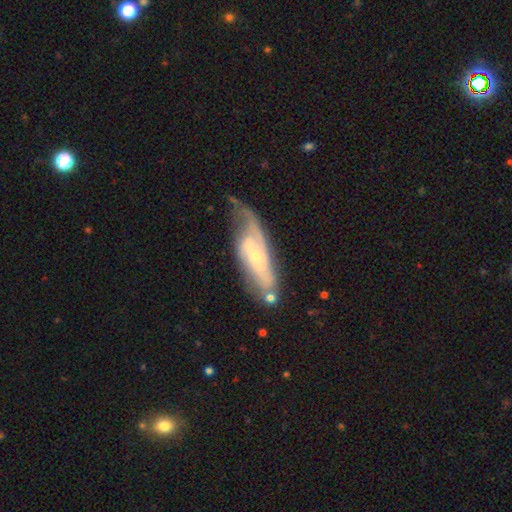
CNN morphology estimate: smooth-or-featured: featured or disk: 77% | smooth: 18% | star or artifact: 6%
  disk-edge-on: no: 85% | yes: 15%
    bar: no: 58% | weak: 32% | strong: 10%
    has-spiral-arms: yes: 90% | no: 10%
      spiral-winding: medium: 42% | tight: 39% | loose: 20%
      spiral-arm-count: 2: 46% | can't tell: 28% | 1: 15% | 3: 7% | 4: 2% | more than 4: 2%
    bulge-size: small: 70% | moderate: 24% | none: 3% | large: 2% | dominant: 1%
  merging: none: 48% | minor disturbance: 28% | major disturbance: 18% | merger: 6%